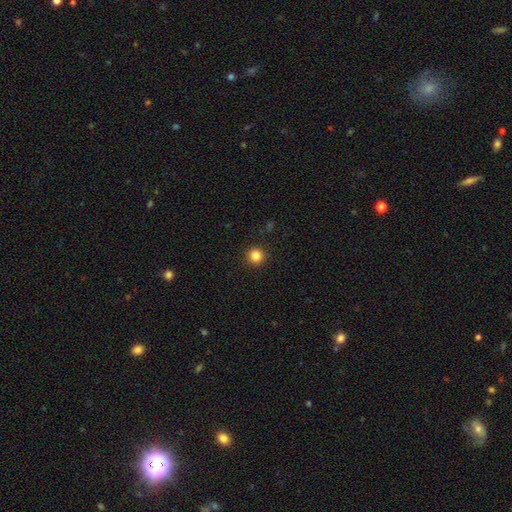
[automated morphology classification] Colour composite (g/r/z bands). It shows a smooth galaxy with no disk features (84%) that is round (95%). Merging: none (93%).